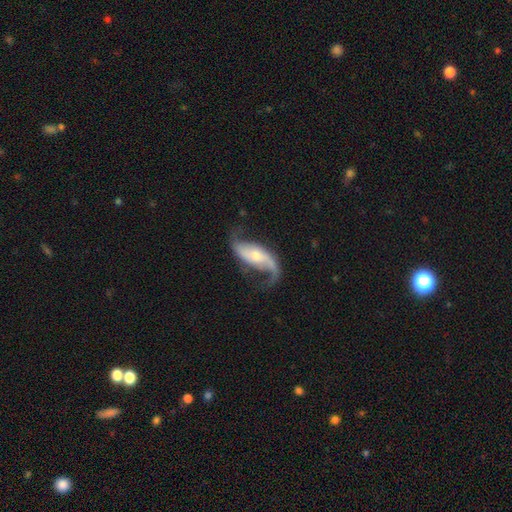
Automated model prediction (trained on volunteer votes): Q: Smooth or featured?
A: featured or disk (87%); runner-up: smooth (8%)
Q: Edge-on disk?
A: no (95%); runner-up: yes (5%)
Q: Bar?
A: no (42%); runner-up: weak (34%)
Q: Spiral arms?
A: yes (96%); runner-up: no (4%)
Q: Spiral winding?
A: loose (77%); runner-up: medium (18%)
Q: Spiral arm count?
A: 2 (87%); runner-up: 1 (9%)
Q: Bulge size?
A: small (50%); runner-up: moderate (42%)
Q: Merging?
A: none (67%); runner-up: minor disturbance (17%)